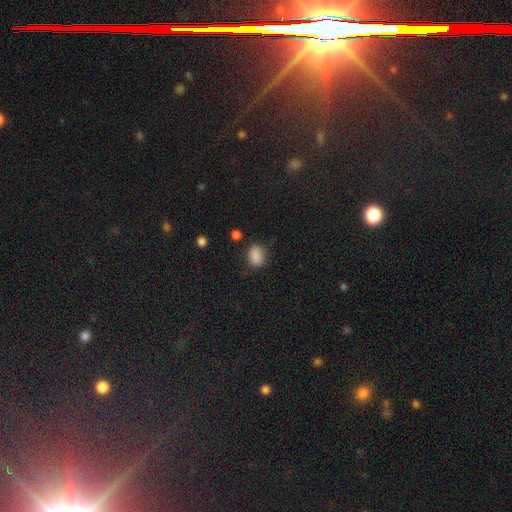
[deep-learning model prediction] This is clearly a smooth galaxy (86%). How rounded: likely in between (69%). Merging: likely none (75%).